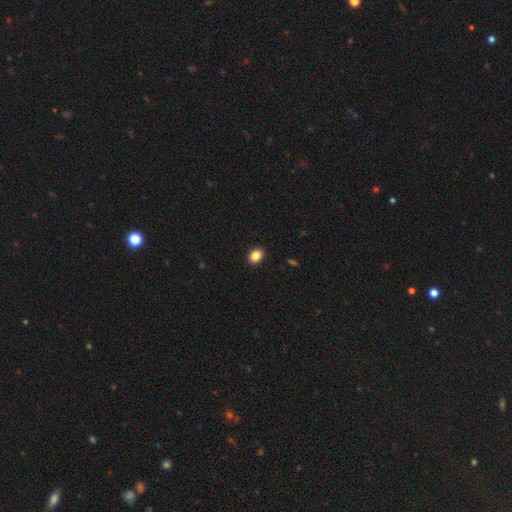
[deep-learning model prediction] smooth 86%, star or artifact 10%, featured or disk 5%. Down the decision tree: how rounded — in between (53%); merging — none (92%).